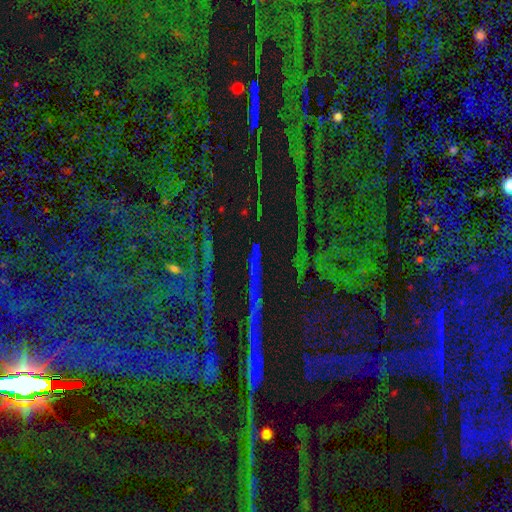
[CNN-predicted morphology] A star or artifact, not a galaxy (81%).